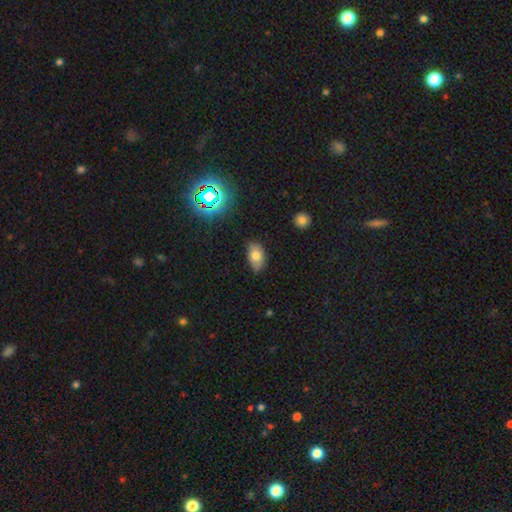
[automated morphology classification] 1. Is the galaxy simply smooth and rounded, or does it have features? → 76% smooth, 12% featured or disk, 12% star or artifact.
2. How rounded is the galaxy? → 92% in between, 7% round, 2% cigar-shaped.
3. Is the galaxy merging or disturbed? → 79% none, 17% minor disturbance, 3% major disturbance, 2% merger.